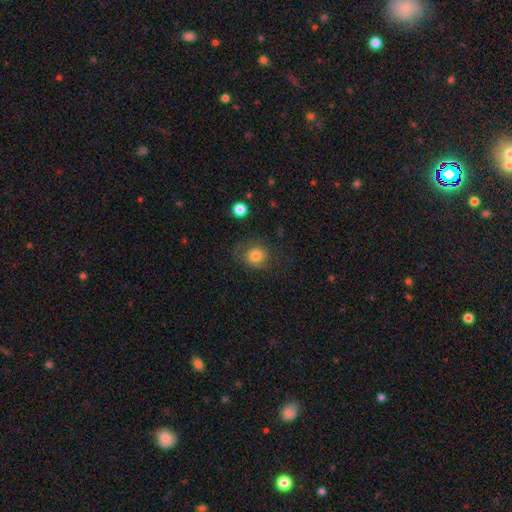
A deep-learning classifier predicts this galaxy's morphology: This appears to be a smooth galaxy with no disk features (79%) that is round (72%). Merging: none (71%).